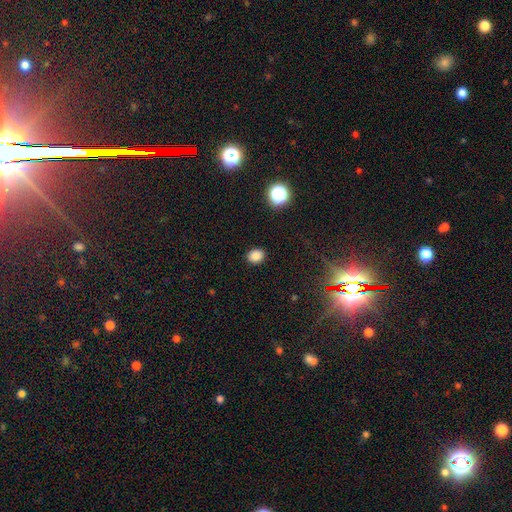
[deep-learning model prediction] smooth_or_featured: smooth (p=0.84) [alt: star or artifact p=0.12]
how_rounded: round (p=0.52) [alt: in between p=0.47]
merging: none (p=0.89) [alt: minor disturbance p=0.08]